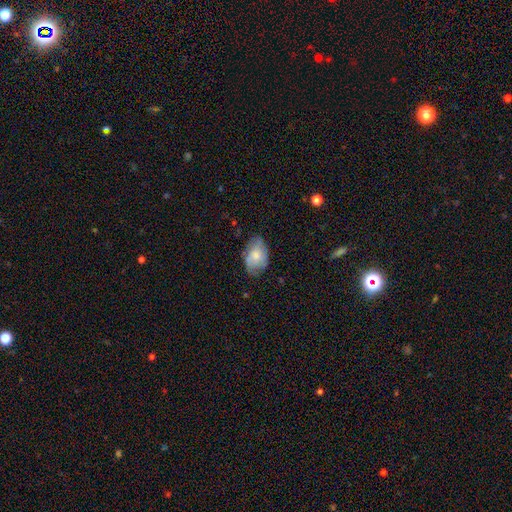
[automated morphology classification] A smooth galaxy with no disk features (65%) that is in between round and cigar-shaped (87%). Merging: none (64%).